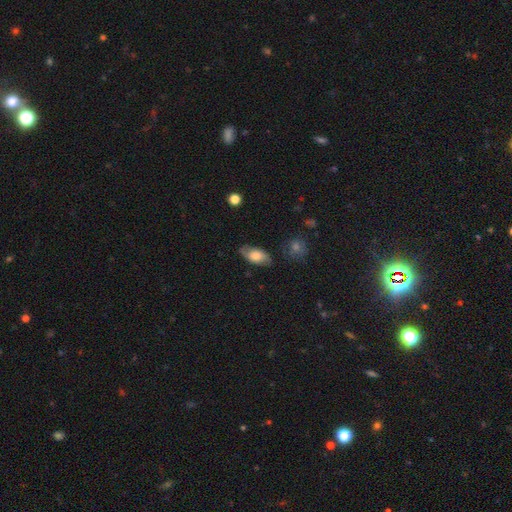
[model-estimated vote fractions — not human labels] smooth-or-featured: smooth: 61% | featured or disk: 32% | star or artifact: 7%
  how-rounded: in between: 89% | round: 5% | cigar-shaped: 5%
  merging: none: 71% | minor disturbance: 21% | major disturbance: 6% | merger: 2%